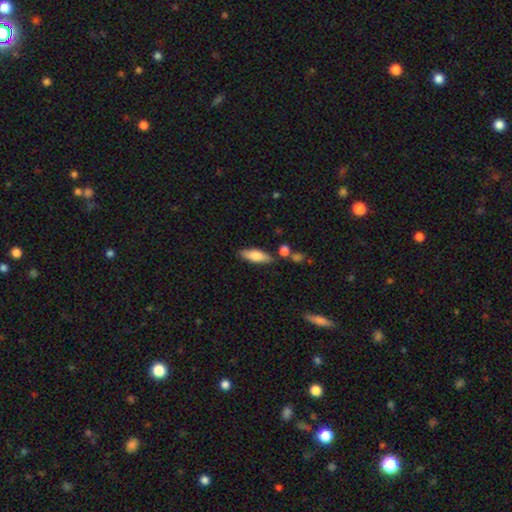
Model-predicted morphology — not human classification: Smooth or featured? smooth (76%)
How rounded? in between (58%)
Merging? none (78%)